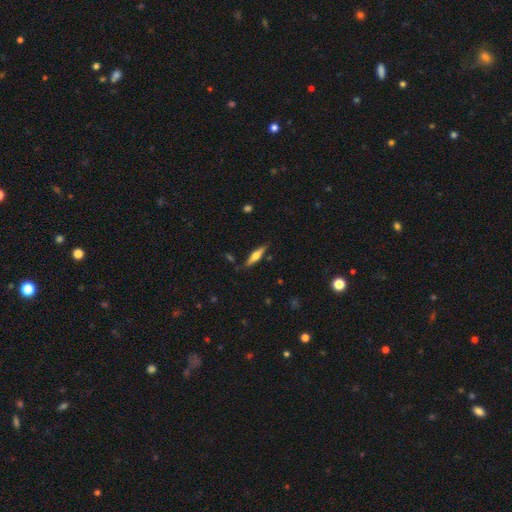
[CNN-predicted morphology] This is possibly a featured or disk galaxy (55%). It is clearly viewed edge-on (95%). Edge-on bulge: clearly rounded (90%). Merging: clearly none (84%).